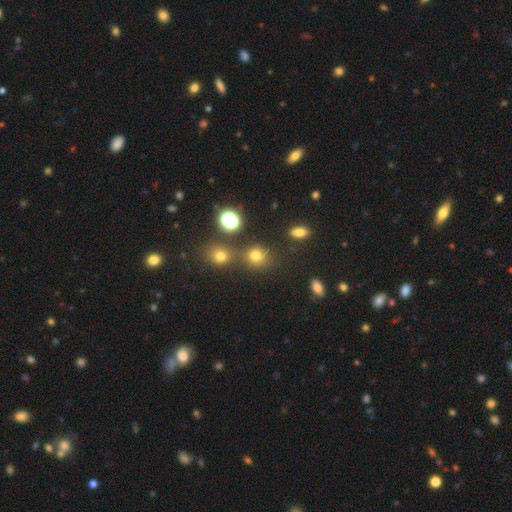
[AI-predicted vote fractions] This appears to be a smooth galaxy with no disk features (70%) that is round (84%). Merging: none (68%).